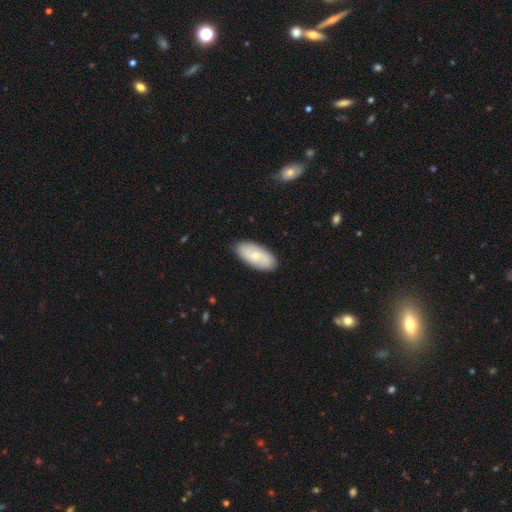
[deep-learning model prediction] Overall: smooth (62%; featured or disk 33%). How rounded: in between (89%). Merging: none (87%).